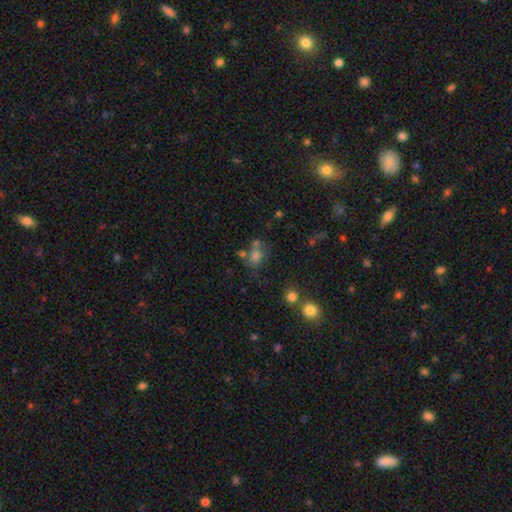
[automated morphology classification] A smooth galaxy with no disk features (69%) that is in between round and cigar-shaped (50%). Merging: none (49%).